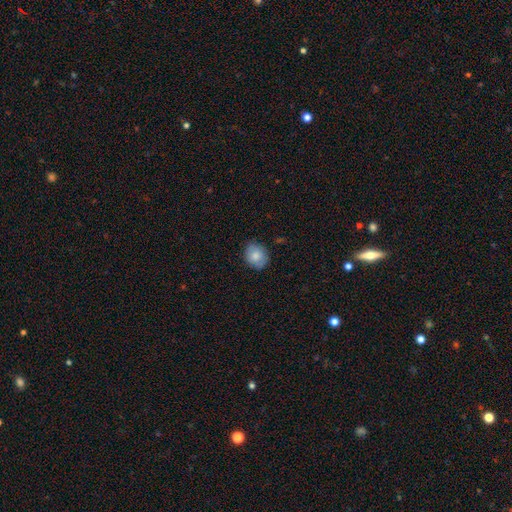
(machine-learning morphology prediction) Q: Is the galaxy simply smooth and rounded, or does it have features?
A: smooth — 79%.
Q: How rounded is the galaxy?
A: round — 67%.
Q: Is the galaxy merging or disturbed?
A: none — 79%.